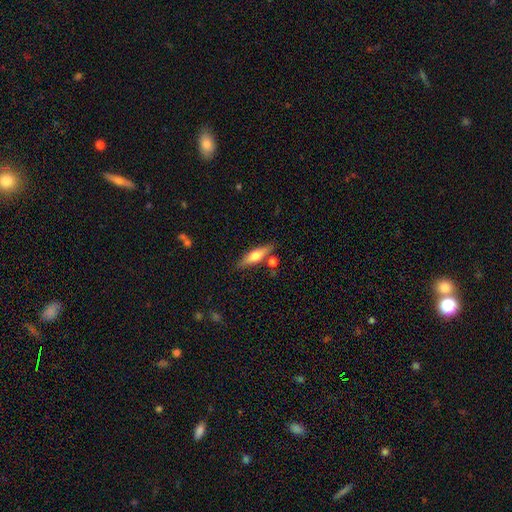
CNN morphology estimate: A smooth galaxy with no disk features (55%) that is cigar-shaped (65%).

Vote fractions:
- Smooth or featured? smooth: 55% / featured or disk: 38% / star or artifact: 7%
- How rounded? cigar-shaped: 65% / in between: 33% / round: 3%
- Merging? none: 76% / minor disturbance: 12% / merger: 9% / major disturbance: 3%